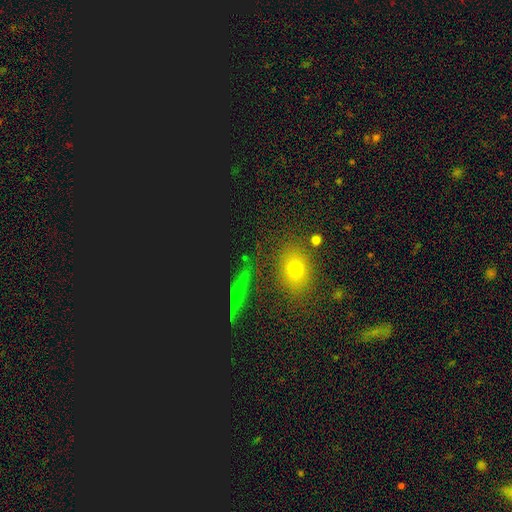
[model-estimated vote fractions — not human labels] A smooth galaxy with no disk features (48%).

Vote fractions:
- Smooth or featured? smooth: 48% / star or artifact: 39% / featured or disk: 13%
- Merging? none: 79% / minor disturbance: 10% / merger: 7% / major disturbance: 5%